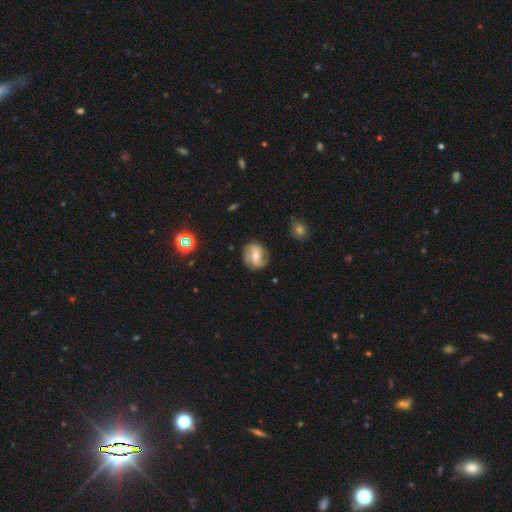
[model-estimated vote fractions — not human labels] A featured or disk galaxy (69%) with a weak bar (42%), 2 (72%) medium (41%) spiral arms (89%) and a moderate central bulge (65%). Merging: none (80%).